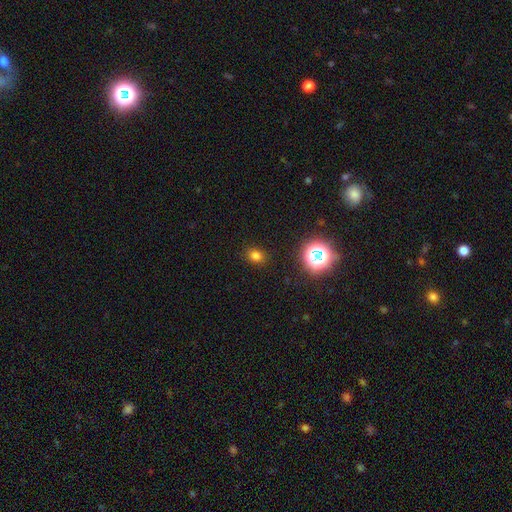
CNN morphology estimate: A smooth galaxy with no disk features (75%) that is round (54%). Merging: none (87%).